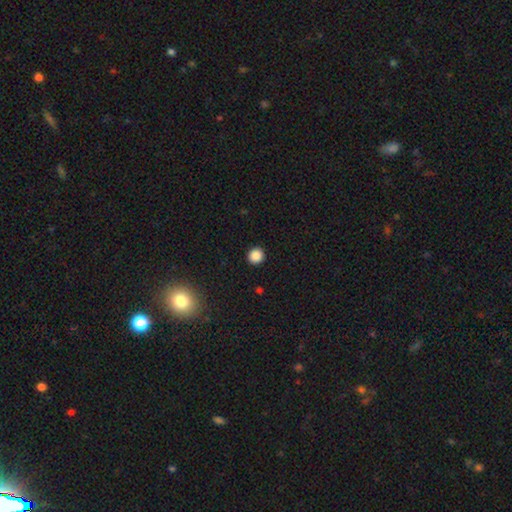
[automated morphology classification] A smooth galaxy with no disk features (87%) that is round (94%). Merging: none (93%).